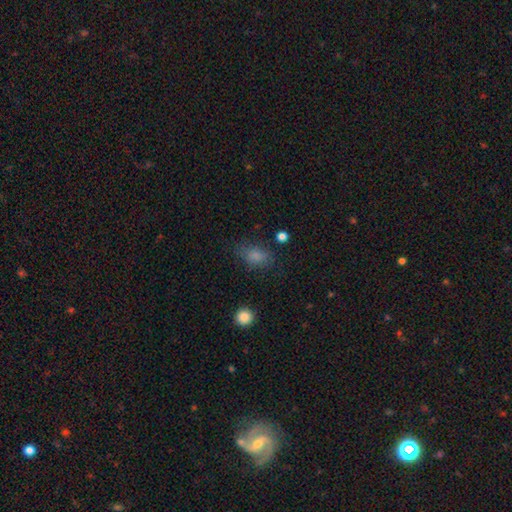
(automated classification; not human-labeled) smooth 80%, star or artifact 13%, featured or disk 7%. Down the decision tree: how rounded — in between (80%); merging — none (68%).